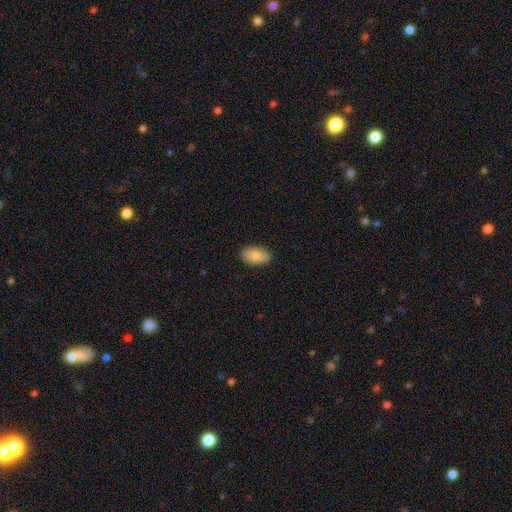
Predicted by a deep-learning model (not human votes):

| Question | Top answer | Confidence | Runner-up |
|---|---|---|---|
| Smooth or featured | smooth | 80% | featured or disk (14%) |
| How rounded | in between | 93% | round (5%) |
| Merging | none | 86% | minor disturbance (11%) |